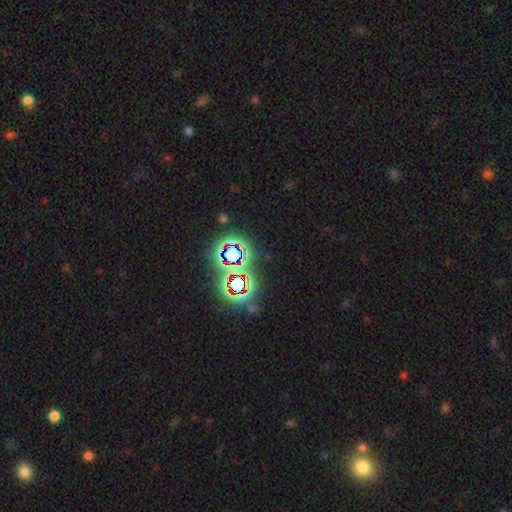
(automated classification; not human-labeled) This appears to be a star or artifact, not a galaxy (60%).